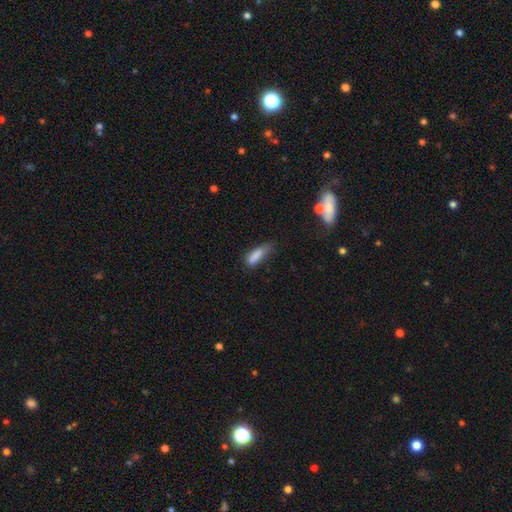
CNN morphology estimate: A smooth galaxy with no disk features (80%) that is cigar-shaped (56%).

Vote fractions:
- Smooth or featured? smooth: 80% / featured or disk: 10% / star or artifact: 9%
- How rounded? cigar-shaped: 56% / in between: 41% / round: 2%
- Merging? none: 44% / minor disturbance: 36% / major disturbance: 15% / merger: 6%